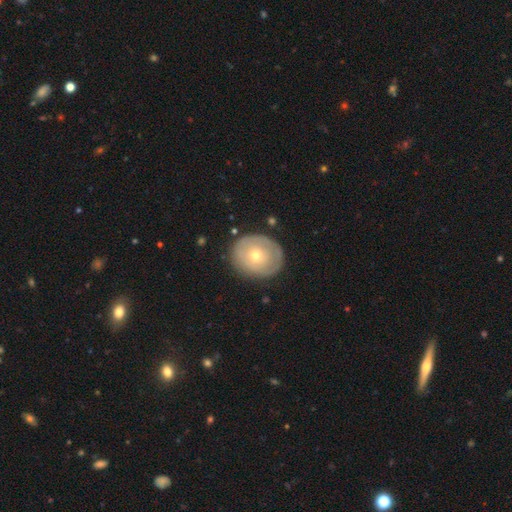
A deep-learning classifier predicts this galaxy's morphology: This is possibly a smooth galaxy (48%). Merging: likely none (78%).